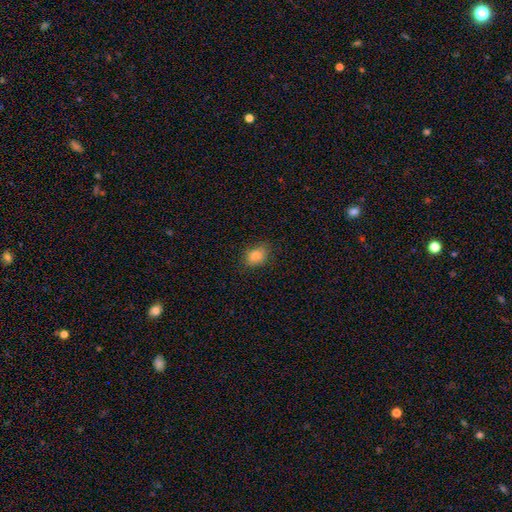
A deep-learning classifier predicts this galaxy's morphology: A smooth galaxy with no disk features (84%) that is in between round and cigar-shaped (68%). Merging: none (78%).